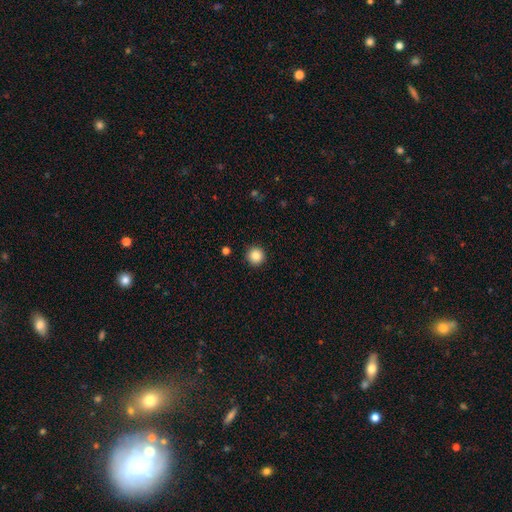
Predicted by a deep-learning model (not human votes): smooth_or_featured: smooth (p=0.87) [alt: star or artifact p=0.09]
how_rounded: round (p=0.96) [alt: in between p=0.03]
merging: none (p=0.93) [alt: minor disturbance p=0.05]